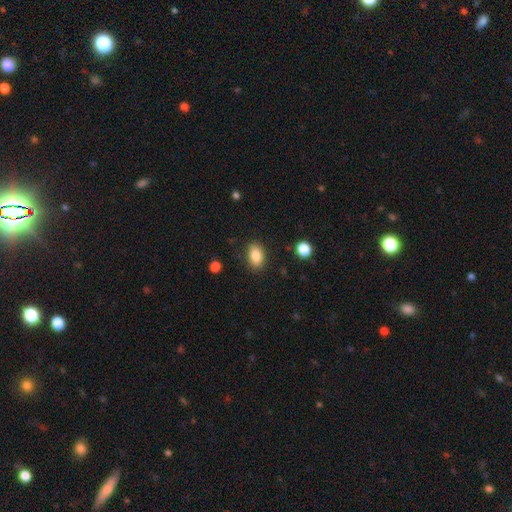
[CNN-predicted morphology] smooth 86%, star or artifact 8%, featured or disk 6%. Down the decision tree: how rounded — in between (87%); merging — none (86%).